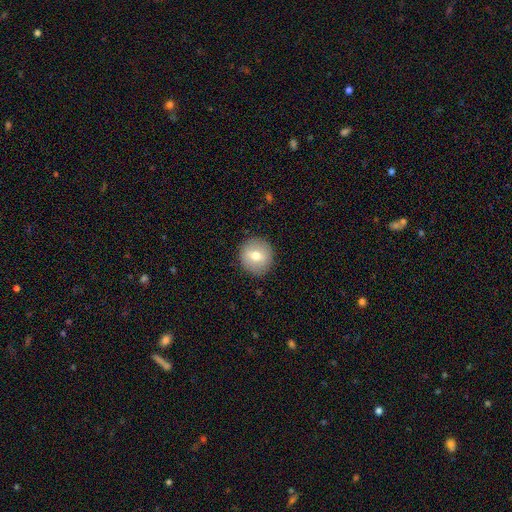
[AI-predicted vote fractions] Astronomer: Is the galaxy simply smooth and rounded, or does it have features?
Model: smooth — 68%.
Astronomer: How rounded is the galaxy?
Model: round — 92%.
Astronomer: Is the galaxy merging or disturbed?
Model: none — 89%.